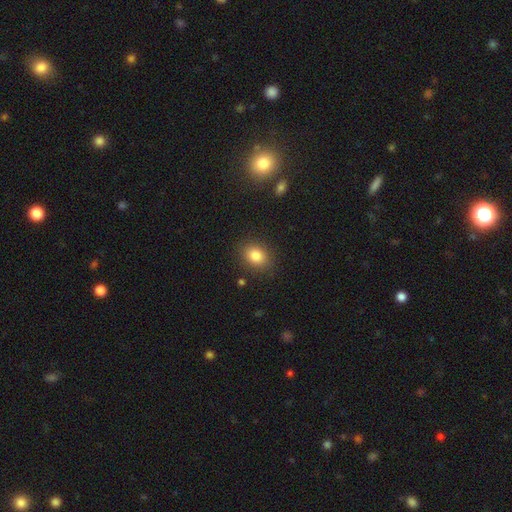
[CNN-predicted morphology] A smooth galaxy with no disk features (83%) that is in between round and cigar-shaped (58%).

Vote fractions:
- Smooth or featured? smooth: 83% / star or artifact: 10% / featured or disk: 7%
- How rounded? in between: 58% / round: 40% / cigar-shaped: 1%
- Merging? none: 86% / minor disturbance: 9% / major disturbance: 3% / merger: 2%